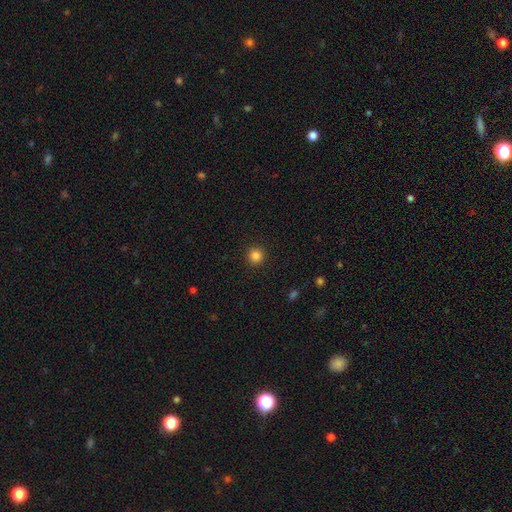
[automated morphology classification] Smooth or featured? smooth (84%)
How rounded? round (95%)
Merging? none (93%)